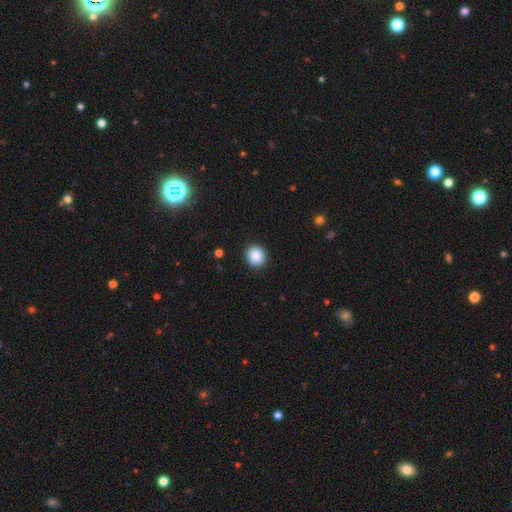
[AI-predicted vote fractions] Smooth or featured?
  - smooth: 88% *
  - star or artifact: 9%
  - featured or disk: 3%
How rounded?
  - round: 87% *
  - in between: 12%
  - cigar-shaped: 1%
Merging?
  - none: 91% *
  - minor disturbance: 6%
  - major disturbance: 2%
  - merger: 1%